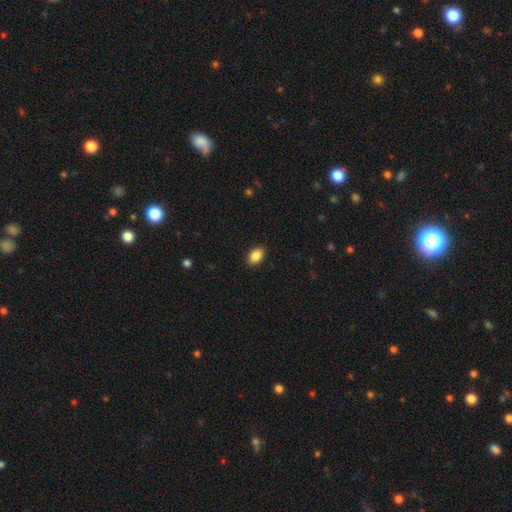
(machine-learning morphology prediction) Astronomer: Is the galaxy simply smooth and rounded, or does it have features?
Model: smooth — 89%.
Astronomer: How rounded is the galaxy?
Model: in between — 87%.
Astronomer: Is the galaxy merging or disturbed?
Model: none — 90%.